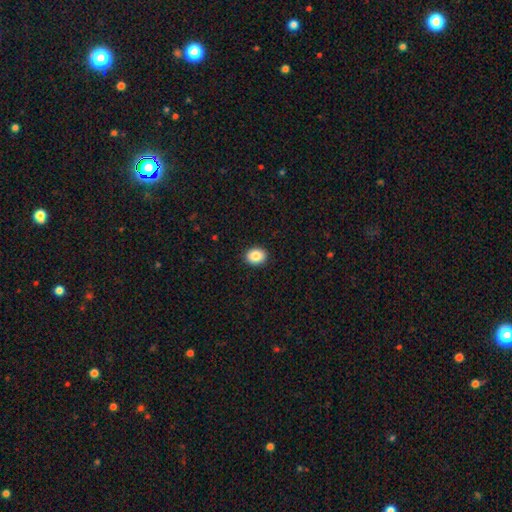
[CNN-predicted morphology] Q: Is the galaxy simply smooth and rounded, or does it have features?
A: smooth — 87%.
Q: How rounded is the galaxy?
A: round — 55%.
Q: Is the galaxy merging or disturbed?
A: none — 92%.